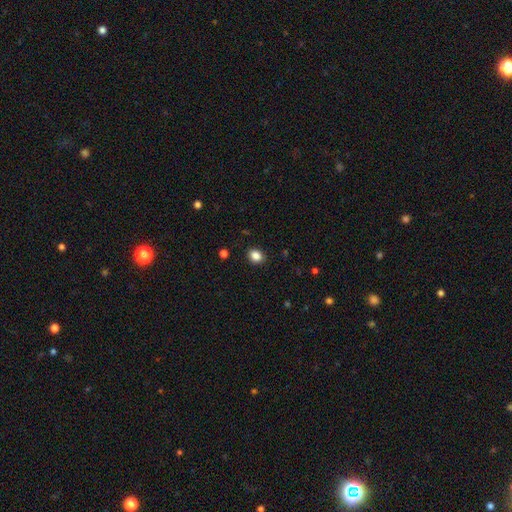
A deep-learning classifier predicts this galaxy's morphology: Smooth or featured?
  - smooth: 86% *
  - star or artifact: 11%
  - featured or disk: 4%
How rounded?
  - round: 57% *
  - in between: 42%
  - cigar-shaped: 1%
Merging?
  - none: 90% *
  - minor disturbance: 7%
  - major disturbance: 2%
  - merger: 1%